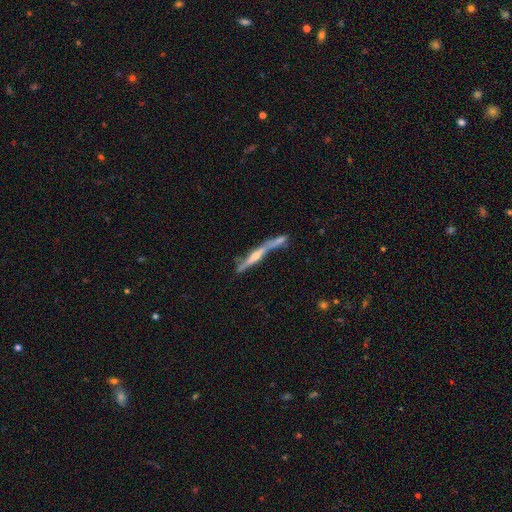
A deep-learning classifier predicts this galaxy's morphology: Overall: featured or disk (75%). Edge-on disk: yes (93%). Edge-on bulge: rounded (76%). Merging: none (53%; merger 21%).